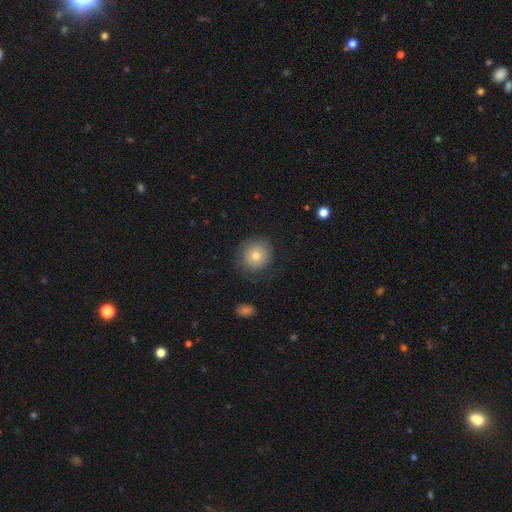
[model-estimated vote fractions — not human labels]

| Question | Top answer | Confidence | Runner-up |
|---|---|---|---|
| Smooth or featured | smooth | 75% | featured or disk (14%) |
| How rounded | round | 90% | in between (9%) |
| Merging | none | 81% | minor disturbance (13%) |